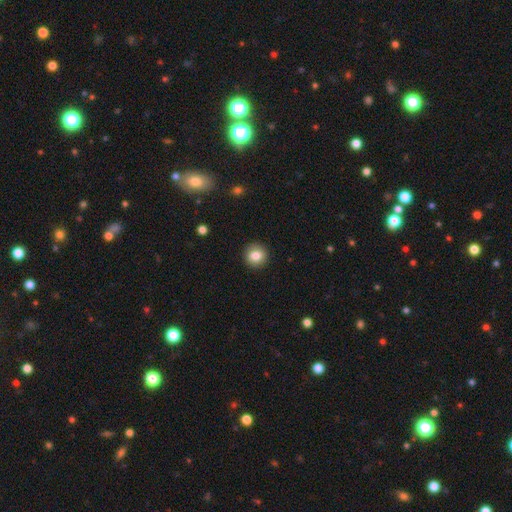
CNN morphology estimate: type=smooth (83%); roundness=round (91%); merging=none (91%).